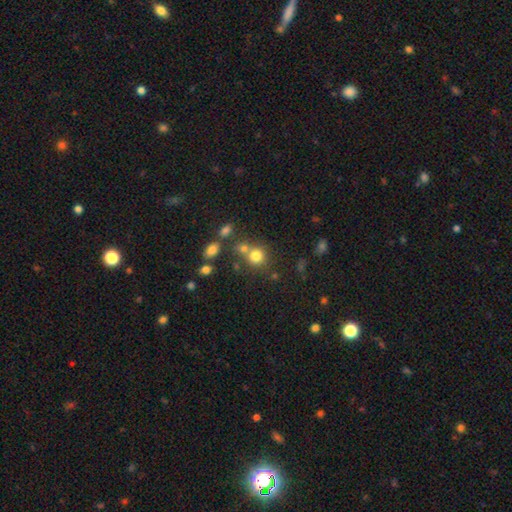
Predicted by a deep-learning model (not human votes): smooth_or_featured: smooth (p=0.77) [alt: star or artifact p=0.14]
how_rounded: round (p=0.86) [alt: in between p=0.13]
merging: none (p=0.58) [alt: merger p=0.27]